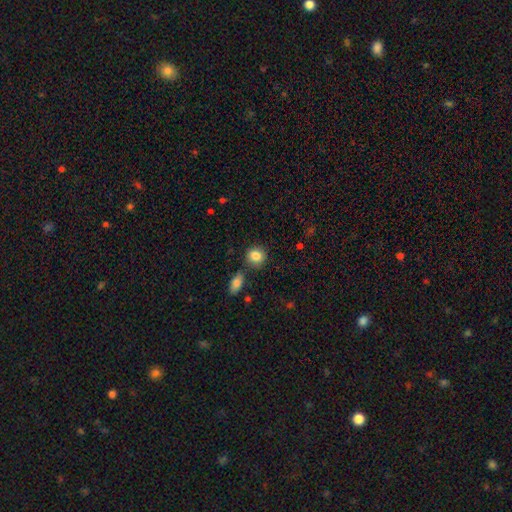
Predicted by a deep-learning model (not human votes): A smooth galaxy with no disk features (85%) that is round (79%). Merging: none (81%).